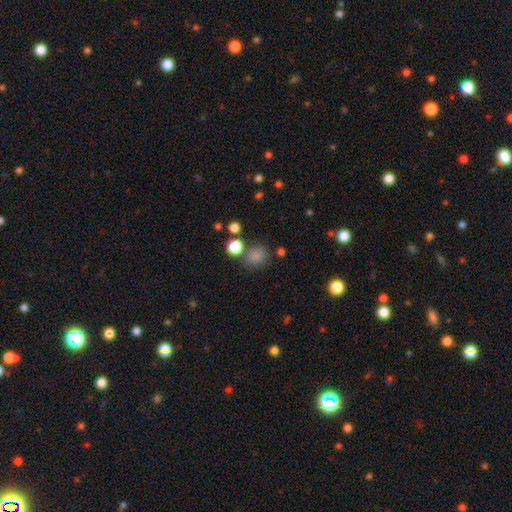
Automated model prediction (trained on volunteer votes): A smooth galaxy with no disk features (80%) that is round (77%). Merging: none (69%).